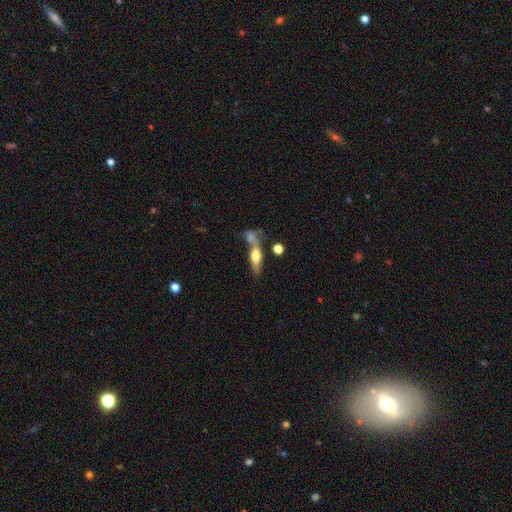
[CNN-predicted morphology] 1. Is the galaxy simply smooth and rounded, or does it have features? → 53% smooth, 39% featured or disk, 8% star or artifact.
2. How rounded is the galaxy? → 48% cigar-shaped, 47% in between, 5% round.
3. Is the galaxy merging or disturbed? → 45% none, 33% merger, 14% minor disturbance, 8% major disturbance.